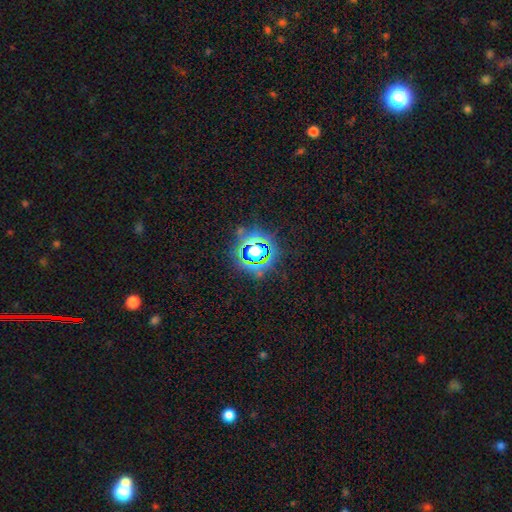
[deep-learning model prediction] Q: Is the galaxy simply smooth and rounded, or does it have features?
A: star or artifact — 75%.